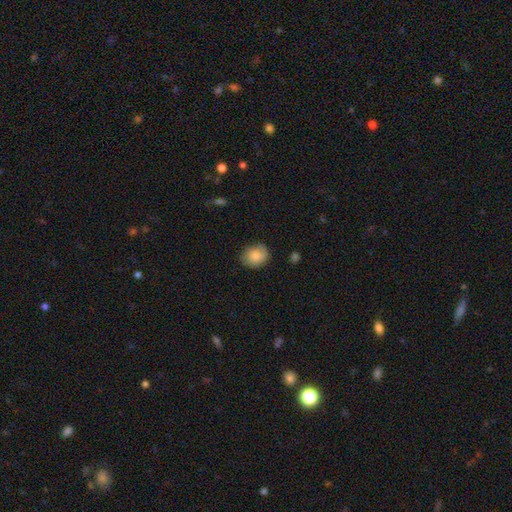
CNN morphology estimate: type=smooth (78%); roundness=round (63%); merging=none (74%).